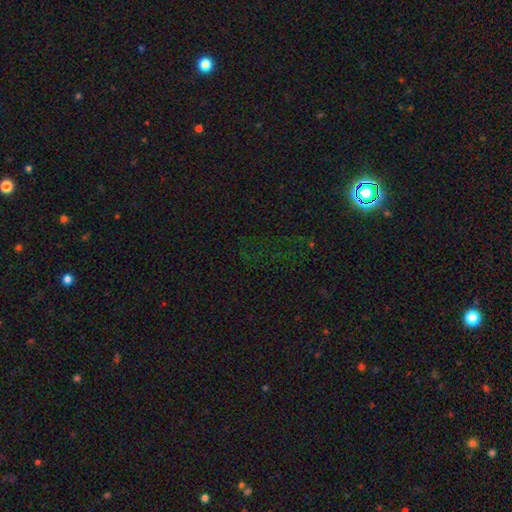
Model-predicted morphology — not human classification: Overall: star or artifact (75%).